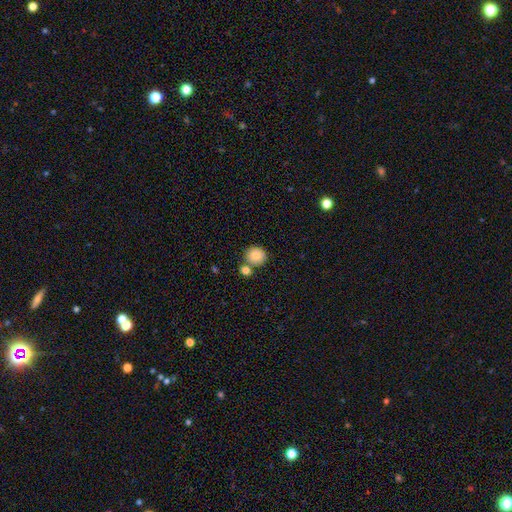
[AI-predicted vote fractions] Smooth or featured: smooth — 83% (featured or disk — 8%)
How rounded: round — 88% (in between — 11%)
Merging: none — 65% (merger — 23%)